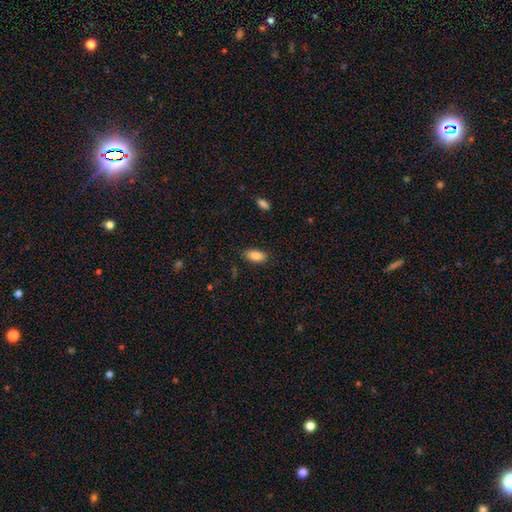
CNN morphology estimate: smooth 85%, star or artifact 8%, featured or disk 7%. Down the decision tree: how rounded — in between (91%); merging — none (86%).